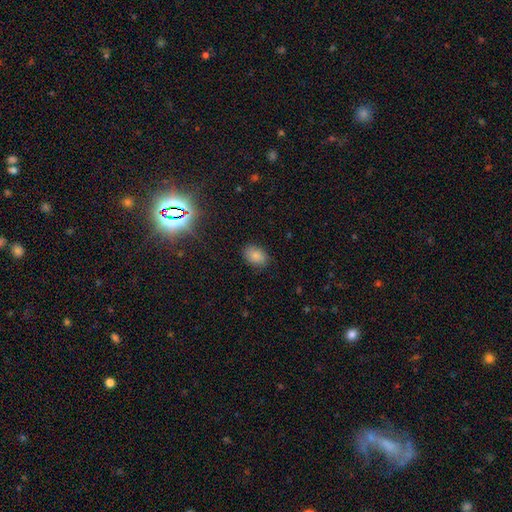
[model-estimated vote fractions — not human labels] Smooth or featured? Predicted: smooth (p=0.82). How rounded? Predicted: in between (p=0.81). Merging? Predicted: none (p=0.86).